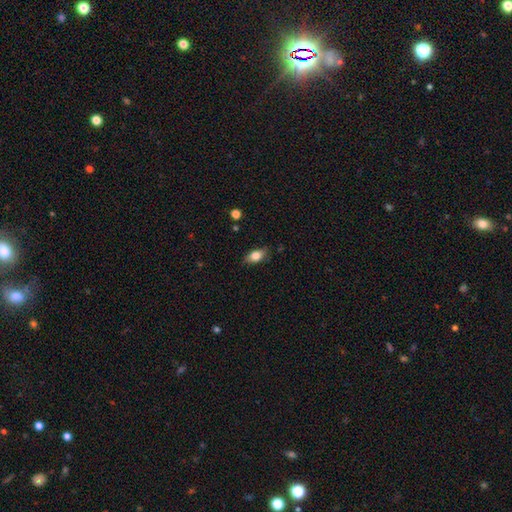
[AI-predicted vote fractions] A smooth galaxy with no disk features (77%) that is in between round and cigar-shaped (86%). Merging: none (82%).